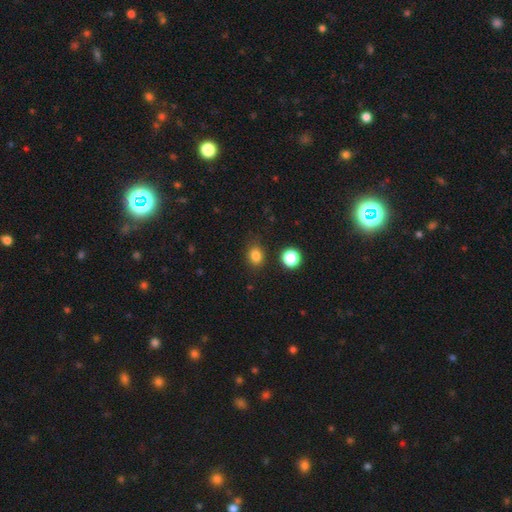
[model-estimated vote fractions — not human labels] Overall: smooth (82%). How rounded: round (59%; in between 40%). Merging: none (82%).